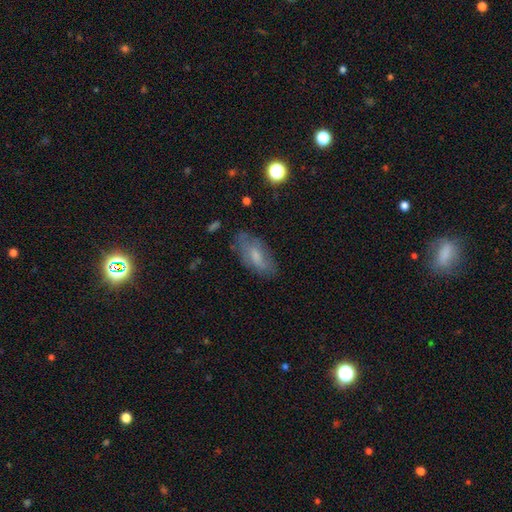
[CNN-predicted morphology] Smooth or featured? Predicted: smooth (p=0.55). How rounded? Predicted: in between (p=0.86). Merging? Predicted: none (p=0.68).